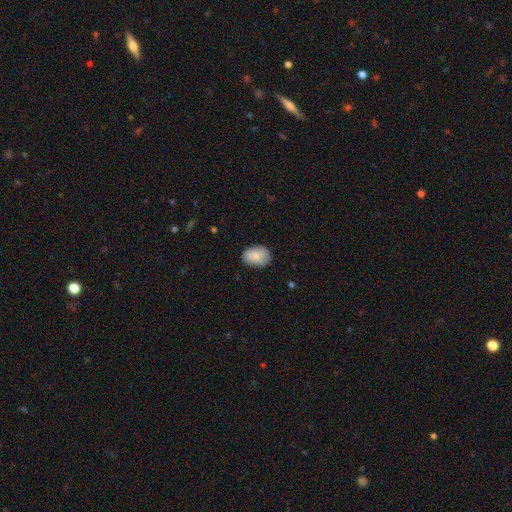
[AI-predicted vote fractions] Morphology: type=smooth (86%); roundness=in between (81%); merging=none (79%).